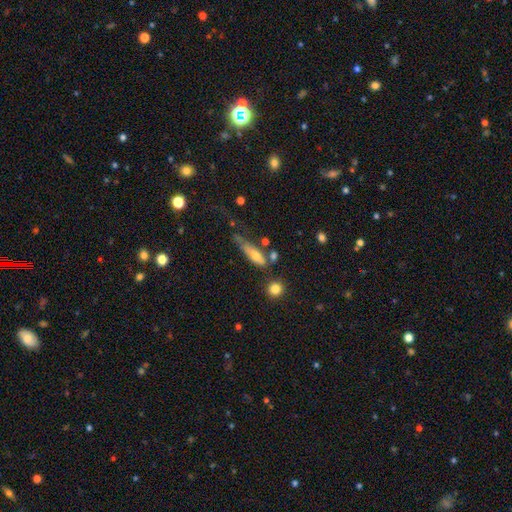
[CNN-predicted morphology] smooth_or_featured: smooth (p=0.58) [alt: featured or disk p=0.32]
how_rounded: cigar-shaped (p=0.50) [alt: in between p=0.46]
merging: none (p=0.33) [alt: minor disturbance p=0.27]